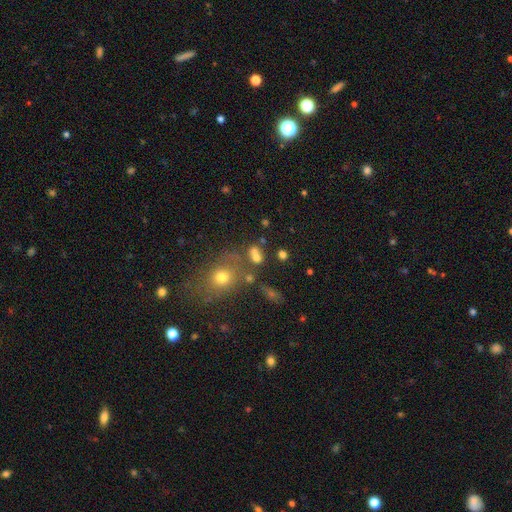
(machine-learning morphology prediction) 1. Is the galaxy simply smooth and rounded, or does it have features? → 67% smooth, 19% star or artifact, 14% featured or disk.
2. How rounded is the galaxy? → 55% round, 42% in between, 2% cigar-shaped.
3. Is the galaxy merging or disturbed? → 46% none, 35% merger, 12% minor disturbance, 8% major disturbance.